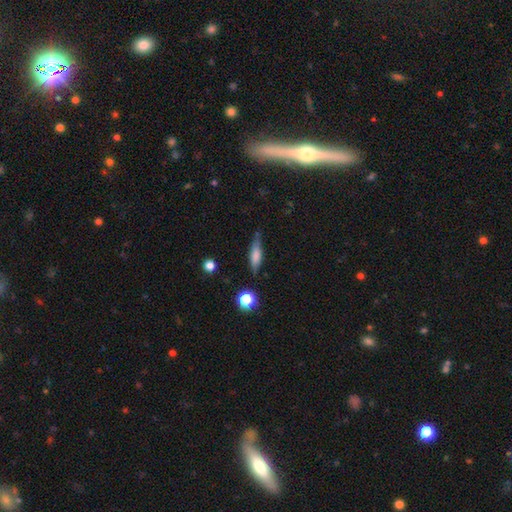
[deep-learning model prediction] Smooth or featured? smooth (66%)
How rounded? cigar-shaped (60%)
Merging? none (69%)